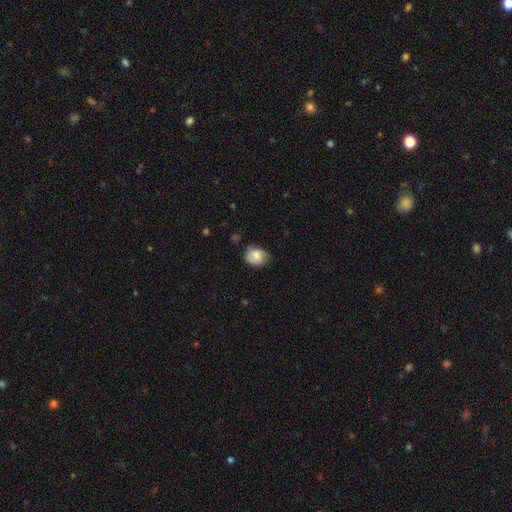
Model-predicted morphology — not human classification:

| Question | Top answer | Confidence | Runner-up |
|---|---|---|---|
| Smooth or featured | smooth | 79% | featured or disk (14%) |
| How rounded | round | 51% | in between (48%) |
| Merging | none | 65% | minor disturbance (29%) |